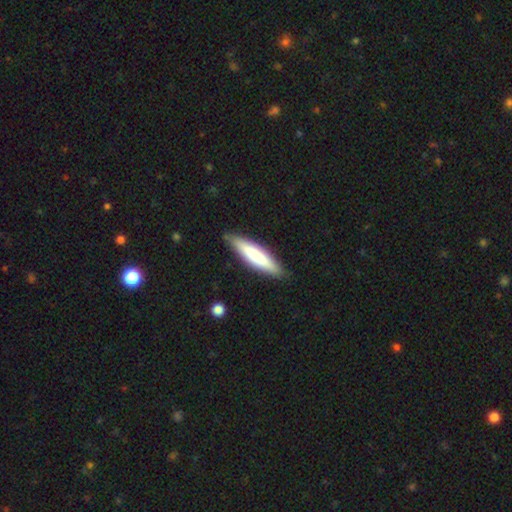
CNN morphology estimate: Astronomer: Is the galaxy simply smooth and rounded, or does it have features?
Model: smooth — 71%.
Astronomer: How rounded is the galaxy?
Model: cigar-shaped — 78%.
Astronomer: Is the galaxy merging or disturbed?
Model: none — 86%.